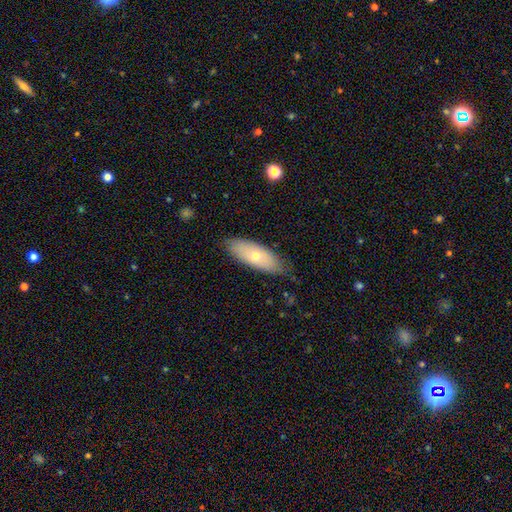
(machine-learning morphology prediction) Smooth or featured?
  - smooth: 62% *
  - featured or disk: 32%
  - star or artifact: 7%
How rounded?
  - in between: 70% *
  - cigar-shaped: 27%
  - round: 3%
Merging?
  - none: 79% *
  - minor disturbance: 17%
  - major disturbance: 3%
  - merger: 1%